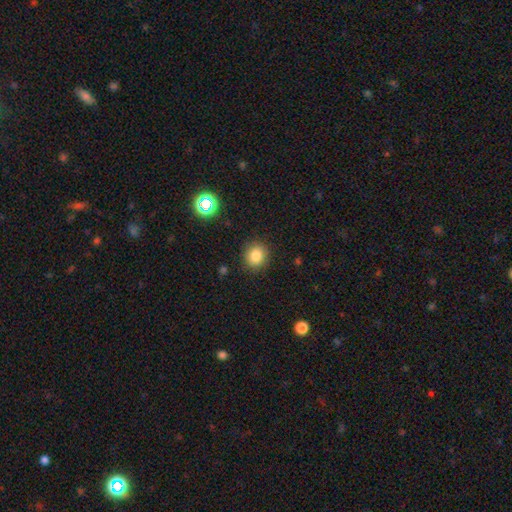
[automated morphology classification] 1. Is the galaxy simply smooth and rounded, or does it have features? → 82% smooth, 12% star or artifact, 6% featured or disk.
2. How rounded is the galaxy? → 82% round, 18% in between, 1% cigar-shaped.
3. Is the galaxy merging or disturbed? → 88% none, 8% minor disturbance, 3% major disturbance, 1% merger.